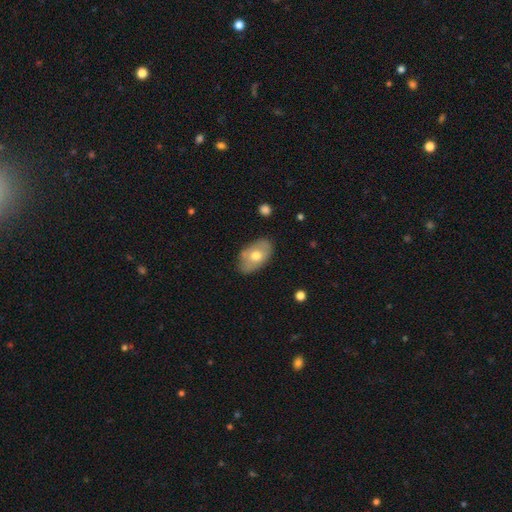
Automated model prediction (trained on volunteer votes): A smooth galaxy with no disk features (59%) that is in between round and cigar-shaped (91%).

Vote fractions:
- Smooth or featured? smooth: 59% / featured or disk: 35% / star or artifact: 6%
- How rounded? in between: 91% / round: 8% / cigar-shaped: 1%
- Merging? none: 76% / minor disturbance: 19% / major disturbance: 4% / merger: 2%